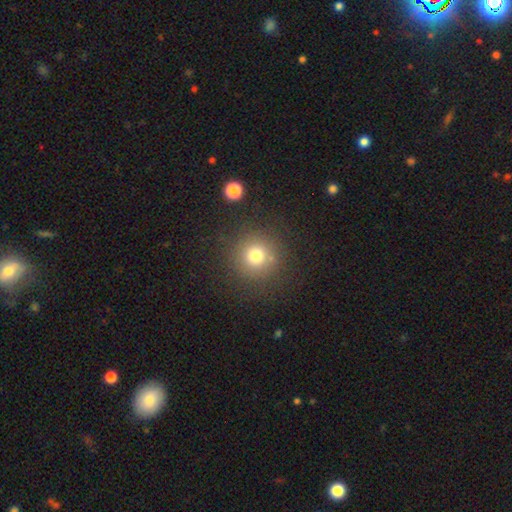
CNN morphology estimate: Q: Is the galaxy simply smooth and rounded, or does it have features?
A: smooth — 74%.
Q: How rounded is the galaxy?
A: round — 94%.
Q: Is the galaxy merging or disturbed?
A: none — 85%.